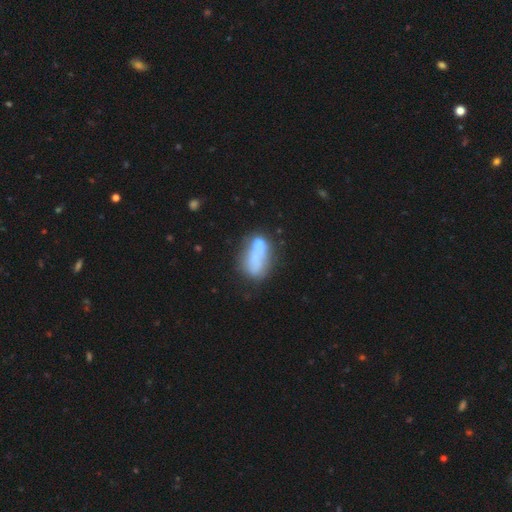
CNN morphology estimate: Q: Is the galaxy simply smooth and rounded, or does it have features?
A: smooth — 62%.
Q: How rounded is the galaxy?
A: in between — 73%.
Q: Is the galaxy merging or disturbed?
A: none — 40%.